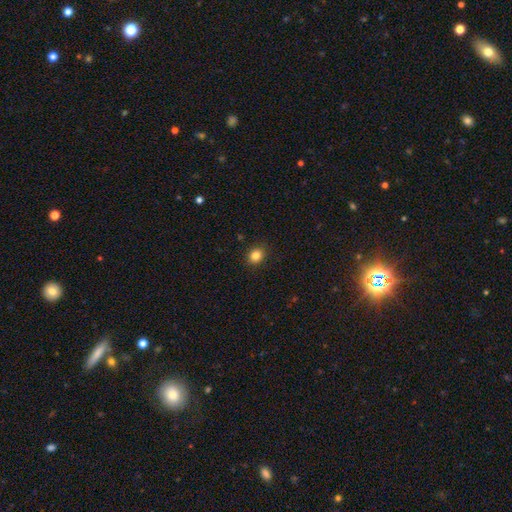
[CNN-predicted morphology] smooth_or_featured: smooth (p=0.84) [alt: star or artifact p=0.11]
how_rounded: round (p=0.67) [alt: in between p=0.32]
merging: none (p=0.90) [alt: minor disturbance p=0.07]